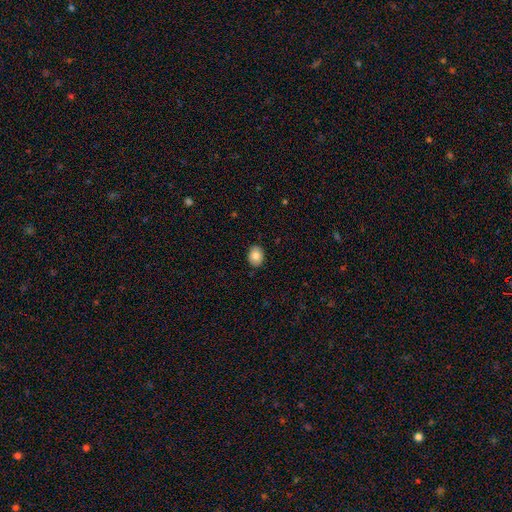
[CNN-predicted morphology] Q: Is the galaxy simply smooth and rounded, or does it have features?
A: smooth — 80%.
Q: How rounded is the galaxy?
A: in between — 54%.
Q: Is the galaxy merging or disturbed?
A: none — 88%.